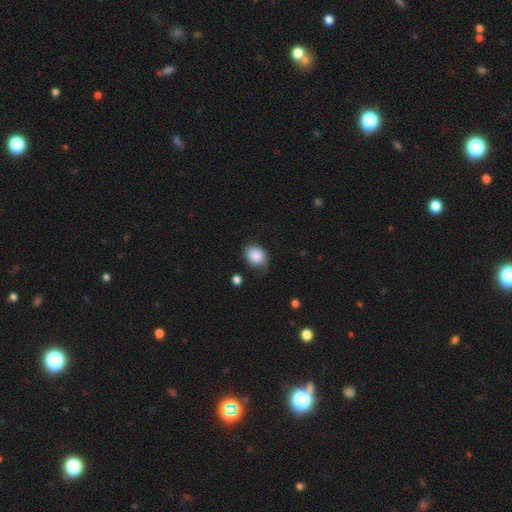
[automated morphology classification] smooth-or-featured: smooth: 87% | star or artifact: 8% | featured or disk: 6%
  how-rounded: in between: 52% | round: 48% | cigar-shaped: 1%
  merging: none: 64% | minor disturbance: 27% | major disturbance: 7% | merger: 2%